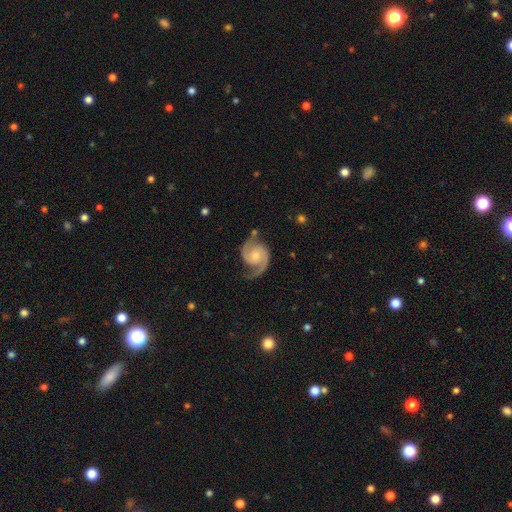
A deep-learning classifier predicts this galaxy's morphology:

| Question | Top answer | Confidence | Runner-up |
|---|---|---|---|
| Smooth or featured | featured or disk | 92% | star or artifact (4%) |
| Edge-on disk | no | 98% | yes (2%) |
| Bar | no | 67% | weak (27%) |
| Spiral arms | yes | 98% | no (2%) |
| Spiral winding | medium | 57% | tight (26%) |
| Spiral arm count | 2 | 94% | can't tell (2%) |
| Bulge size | small | 47% | moderate (42%) |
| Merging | none | 76% | minor disturbance (16%) |